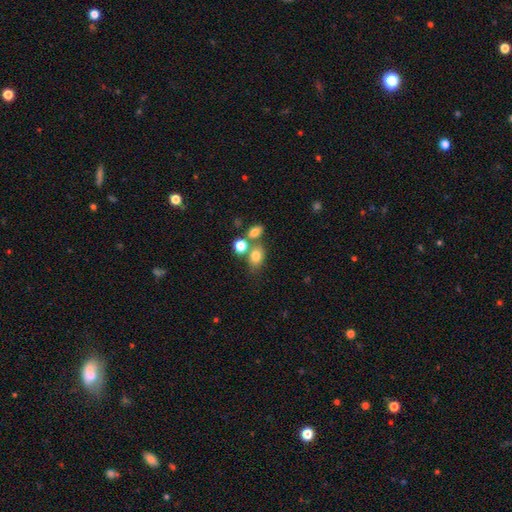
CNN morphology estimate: type=smooth (76%); roundness=in between (60%); merging=none (49%).